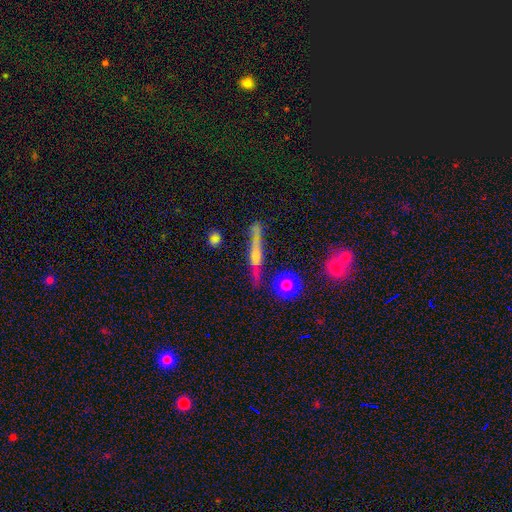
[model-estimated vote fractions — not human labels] Overall: featured or disk (54%; smooth 26%). Edge-on disk: yes (86%). Merging: none (74%).